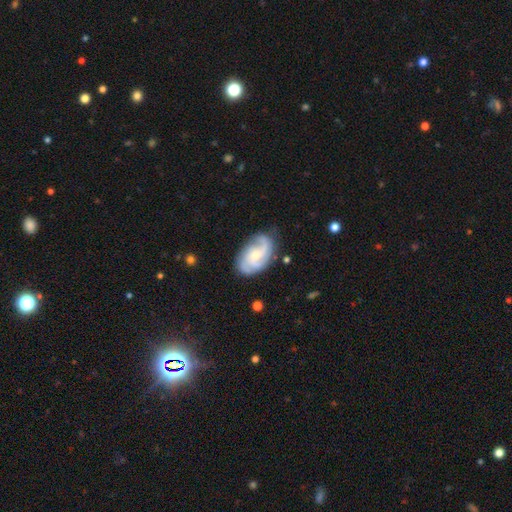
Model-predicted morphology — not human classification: A featured or disk galaxy (84%) with no bar (64%), 3 (44%) medium (44%) spiral arms (97%) and a small central bulge (58%). Merging: none (78%).